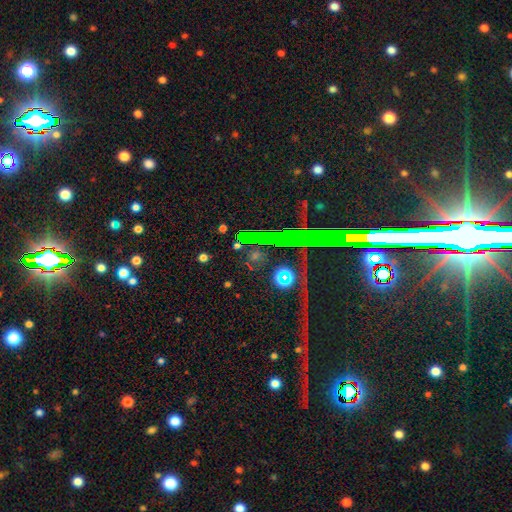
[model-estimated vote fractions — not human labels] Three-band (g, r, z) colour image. It shows a star or artifact, not a galaxy (65%).